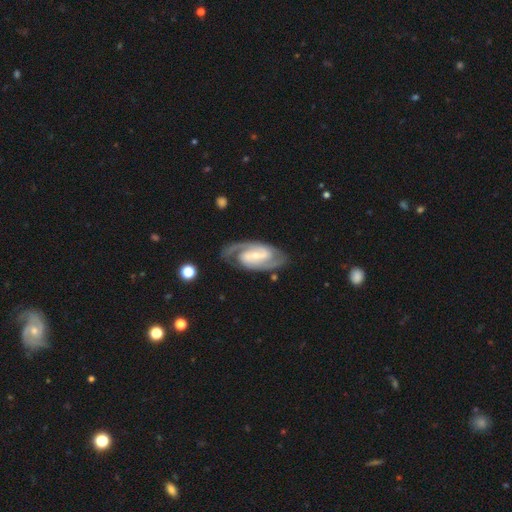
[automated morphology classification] The model was most divided on "bar": weak: 41%, strong: 40%, no: 20%. Remaining: spiral arms — yes (97%); edge-on disk — no (96%); smooth or featured — featured or disk (90%); spiral arm count — 2 (88%); merging — none (79%); bulge size — small (65%); spiral winding — medium (46%).